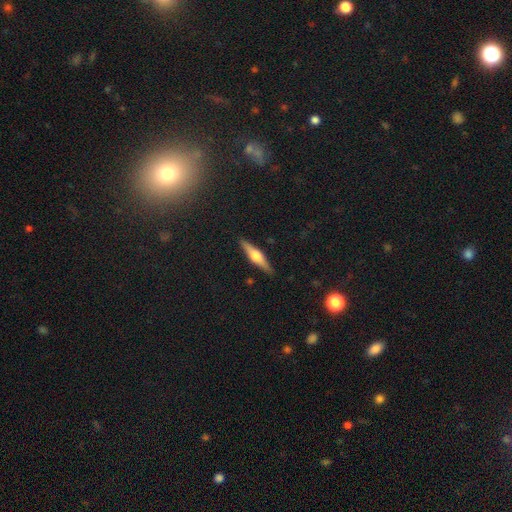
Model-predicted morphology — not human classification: Smooth or featured? featured or disk (67%)
Edge-on disk? yes (97%)
Edge-on bulge? rounded (91%)
Merging? none (90%)